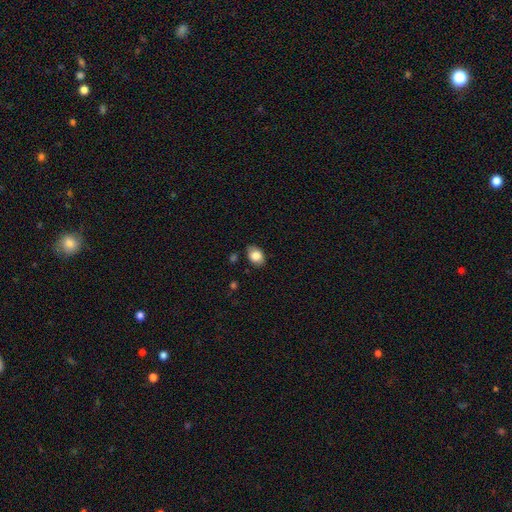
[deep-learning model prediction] Smooth or featured? Predicted: smooth (p=0.82). How rounded? Predicted: in between (p=0.77). Merging? Predicted: none (p=0.79).